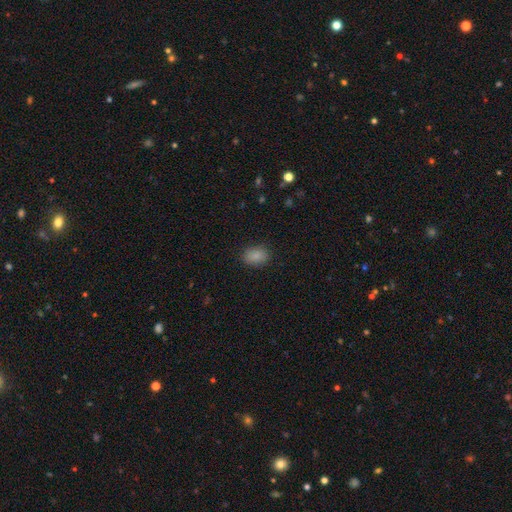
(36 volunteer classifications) This is clearly a smooth galaxy (92%). How rounded: clearly in between (94%). Merging: clearly none (89%).